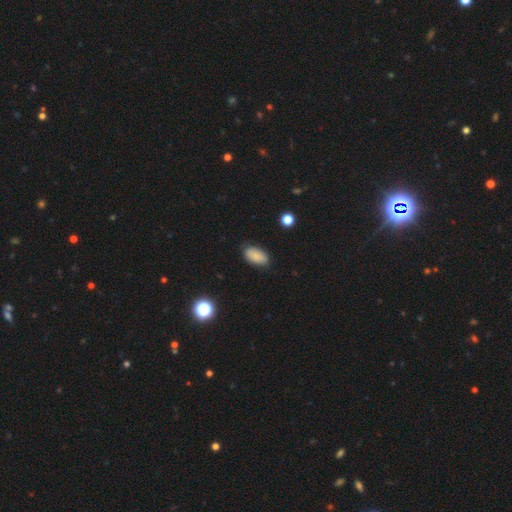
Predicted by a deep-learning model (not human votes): Overall: smooth (84%). How rounded: in between (94%). Merging: none (80%).